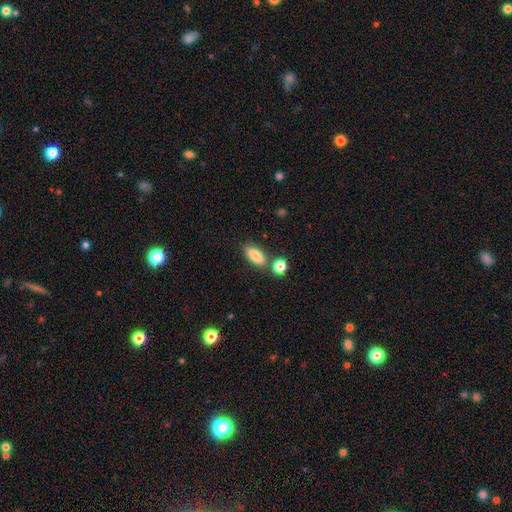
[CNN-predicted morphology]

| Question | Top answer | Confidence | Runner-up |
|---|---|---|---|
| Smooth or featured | smooth | 84% | featured or disk (8%) |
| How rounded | in between | 83% | cigar-shaped (12%) |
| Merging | none | 69% | merger (15%) |